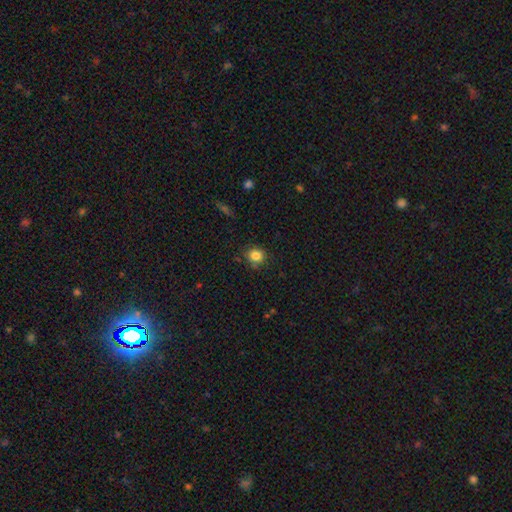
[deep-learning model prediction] This appears to be a smooth galaxy with no disk features (83%) that is round (82%). Merging: none (81%).